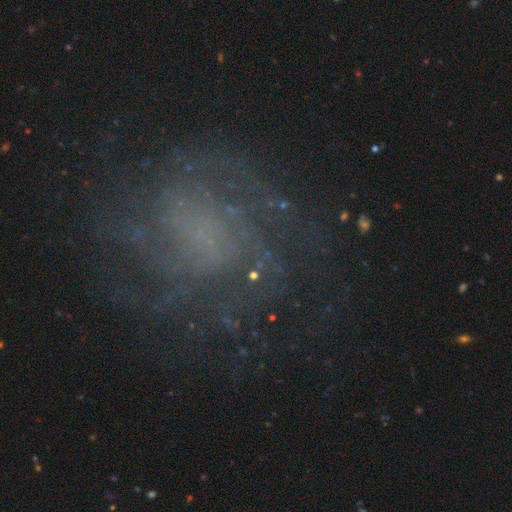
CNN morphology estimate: This appears to be a featured or disk galaxy (71%) with no bar (70%), tight (47%) spiral arms (86%) and a small central bulge (45%). Merging: none (69%).